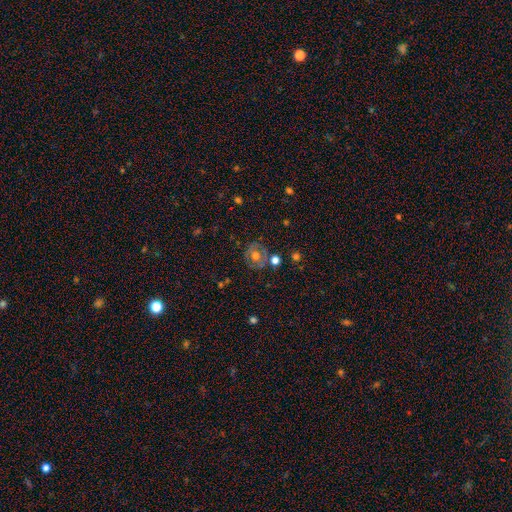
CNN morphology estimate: type=smooth (48%); merging=none (72%).